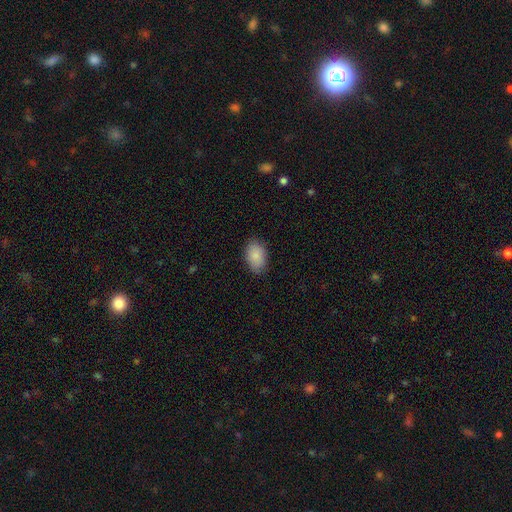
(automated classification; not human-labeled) Morphology: type=smooth (87%); roundness=in between (90%); merging=none (85%).